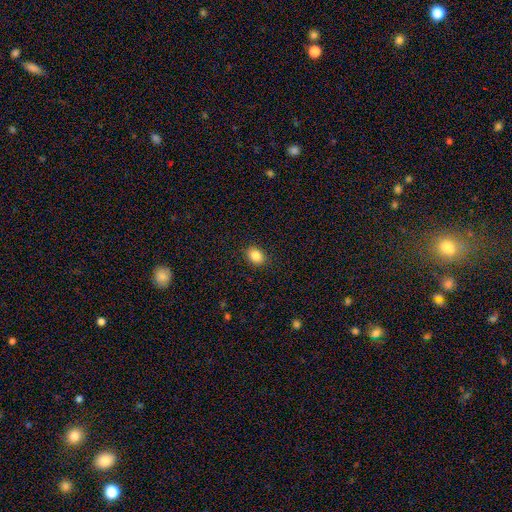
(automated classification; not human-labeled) smooth_or_featured: smooth (p=0.86) [alt: star or artifact p=0.09]
how_rounded: in between (p=0.67) [alt: round p=0.32]
merging: none (p=0.89) [alt: minor disturbance p=0.08]